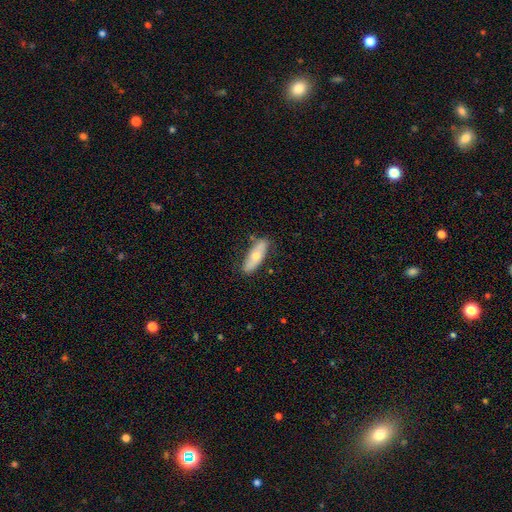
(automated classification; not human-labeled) smooth_or_featured: smooth (p=0.60) [alt: featured or disk p=0.34]
how_rounded: in between (p=0.59) [alt: cigar-shaped p=0.39]
merging: none (p=0.79) [alt: minor disturbance p=0.15]